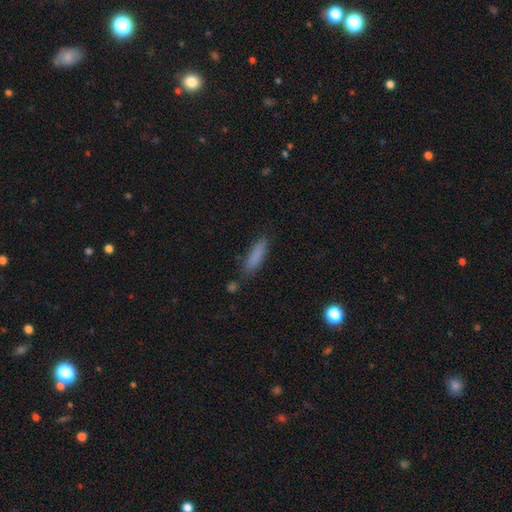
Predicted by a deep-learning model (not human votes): Overall: smooth (84%). How rounded: cigar-shaped (73%). Merging: none (82%).